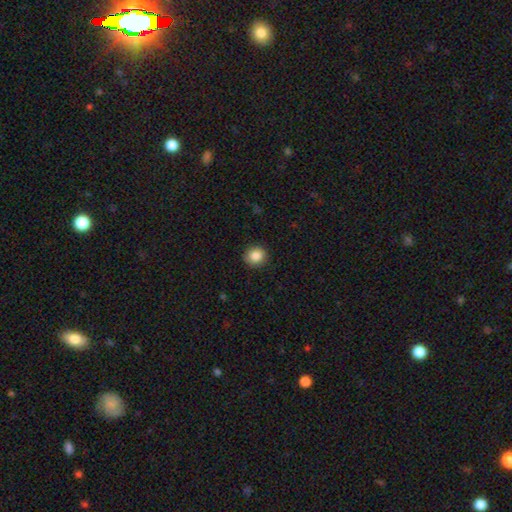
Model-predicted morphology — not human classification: A smooth galaxy with no disk features (86%) that is round (87%). Merging: none (90%).